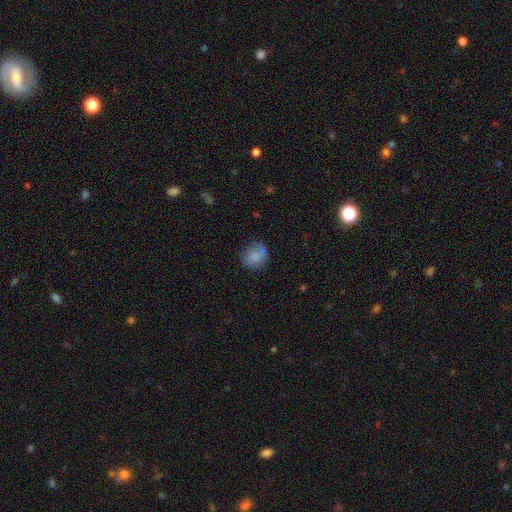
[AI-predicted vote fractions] This appears to be a smooth galaxy with no disk features (79%) that is round (74%). Merging: none (65%).